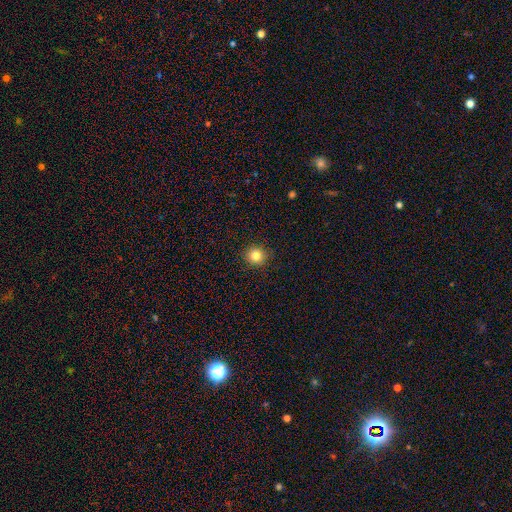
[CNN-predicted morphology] smooth-or-featured: smooth: 82% | star or artifact: 12% | featured or disk: 6%
  how-rounded: round: 92% | in between: 7% | cigar-shaped: 1%
  merging: none: 92% | minor disturbance: 6% | major disturbance: 2% | merger: 1%